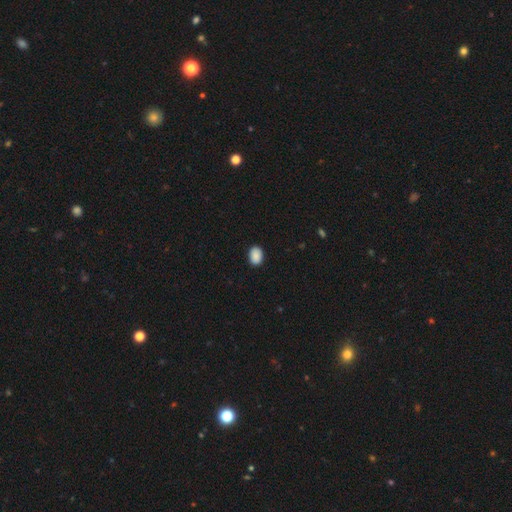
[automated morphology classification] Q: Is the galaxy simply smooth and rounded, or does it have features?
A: smooth — 90%.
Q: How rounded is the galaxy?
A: in between — 75%.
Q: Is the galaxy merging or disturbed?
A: none — 88%.